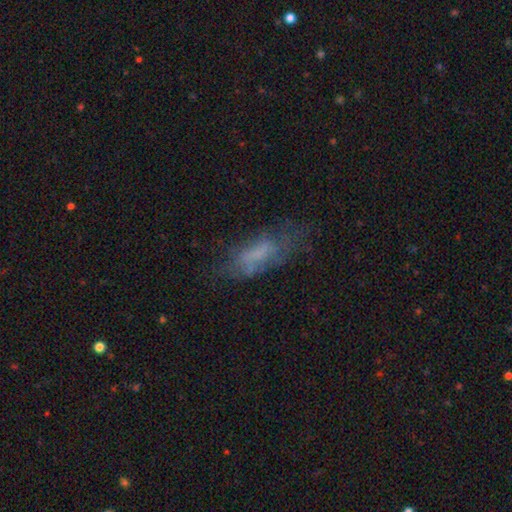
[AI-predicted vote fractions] Smooth or featured?
  - smooth: 50% *
  - featured or disk: 36%
  - star or artifact: 14%
Merging?
  - none: 53% *
  - minor disturbance: 25%
  - major disturbance: 19%
  - merger: 3%